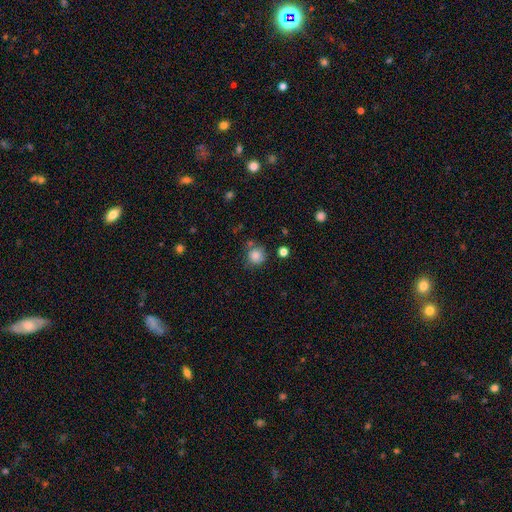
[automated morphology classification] Smooth or featured? Predicted: smooth (p=0.83). How rounded? Predicted: round (p=0.89). Merging? Predicted: none (p=0.66).